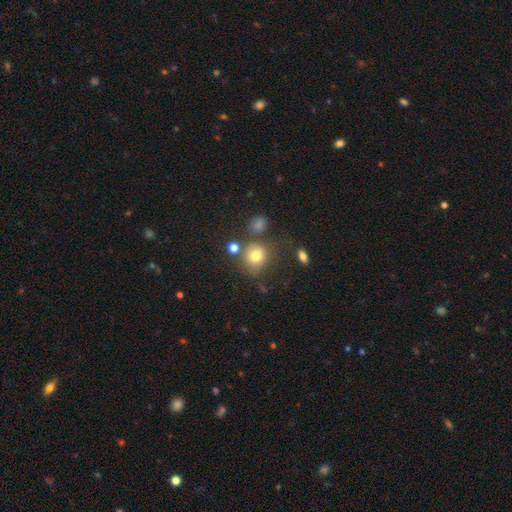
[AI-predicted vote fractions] A smooth galaxy with no disk features (75%) that is round (82%). Merging: none (63%).